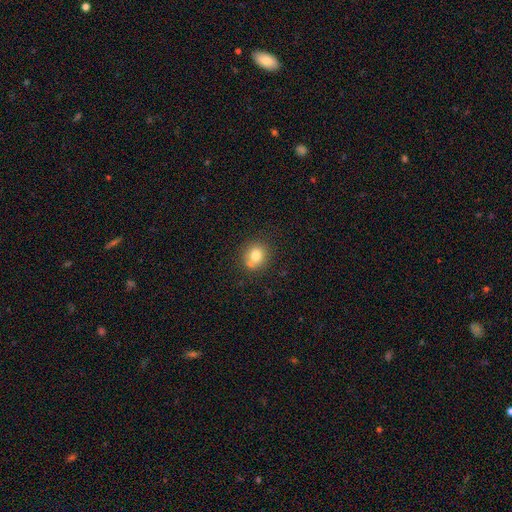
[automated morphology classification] A smooth galaxy with no disk features (76%) that is round (83%). Merging: none (64%).